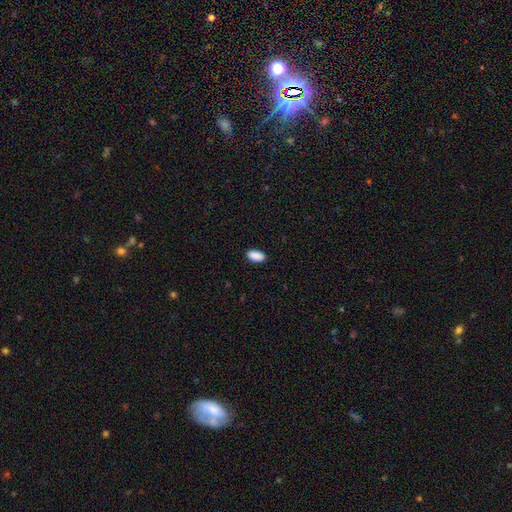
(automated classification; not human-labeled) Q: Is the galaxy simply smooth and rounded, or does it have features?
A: smooth — 90%.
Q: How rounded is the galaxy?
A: in between — 93%.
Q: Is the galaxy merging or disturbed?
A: none — 88%.